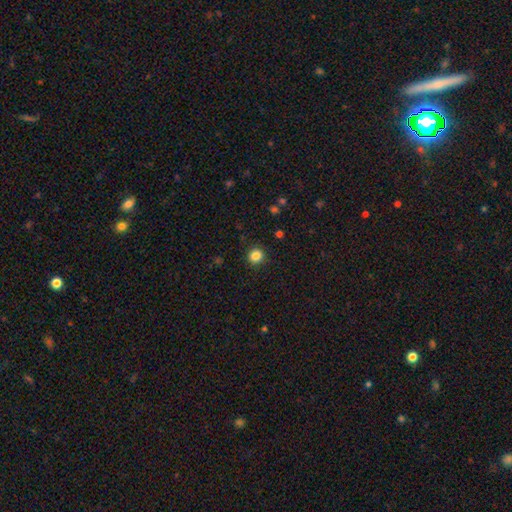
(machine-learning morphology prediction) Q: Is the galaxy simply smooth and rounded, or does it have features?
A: smooth — 86%.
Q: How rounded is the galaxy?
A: round — 88%.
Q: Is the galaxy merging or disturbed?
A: none — 91%.